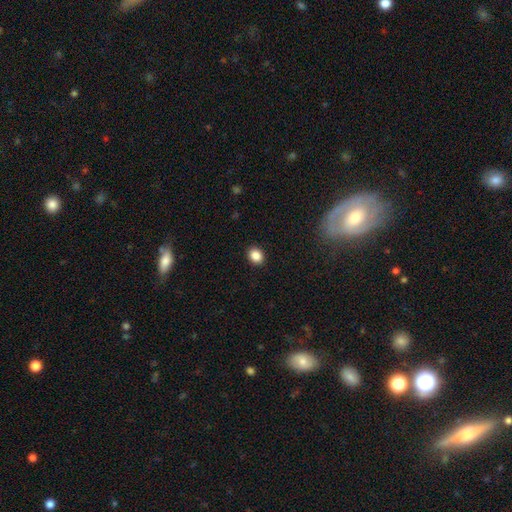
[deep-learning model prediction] This appears to be a smooth galaxy with no disk features (87%) that is round (54%). Merging: none (91%).